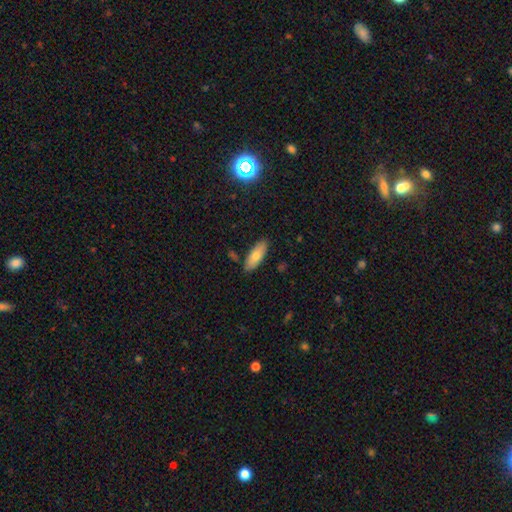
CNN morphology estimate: A smooth galaxy with no disk features (72%) that is in between round and cigar-shaped (70%).

Vote fractions:
- Smooth or featured? smooth: 72% / featured or disk: 20% / star or artifact: 8%
- How rounded? in between: 70% / cigar-shaped: 27% / round: 3%
- Merging? none: 85% / minor disturbance: 10% / merger: 3% / major disturbance: 2%